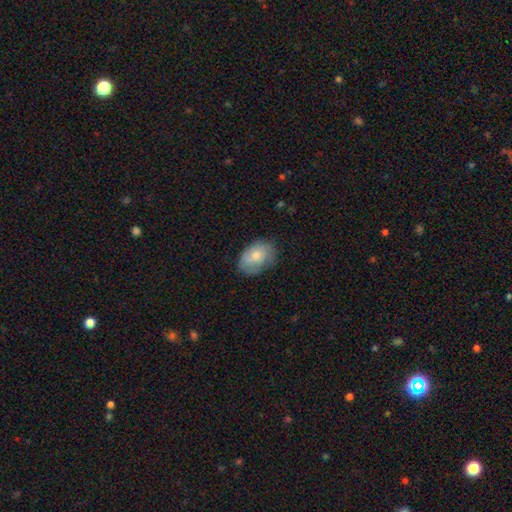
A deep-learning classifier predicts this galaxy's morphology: The model was most divided on "smooth or featured": smooth: 67%, featured or disk: 27%, star or artifact: 7%. More confident: how rounded — in between (80%); merging — none (67%).